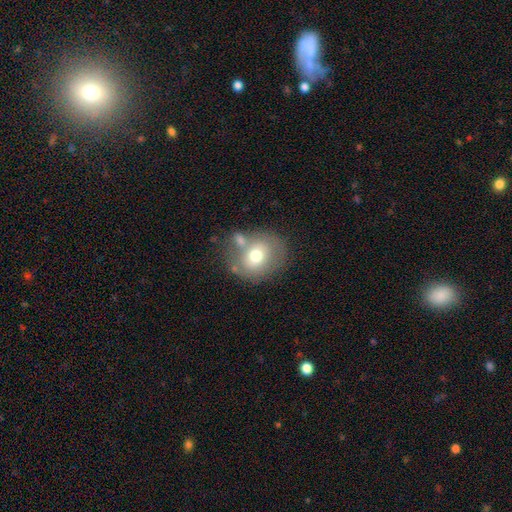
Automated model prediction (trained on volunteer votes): Q: Smooth or featured?
A: smooth (64%); runner-up: featured or disk (27%)
Q: How rounded?
A: round (71%); runner-up: in between (28%)
Q: Merging?
A: none (57%); runner-up: merger (18%)